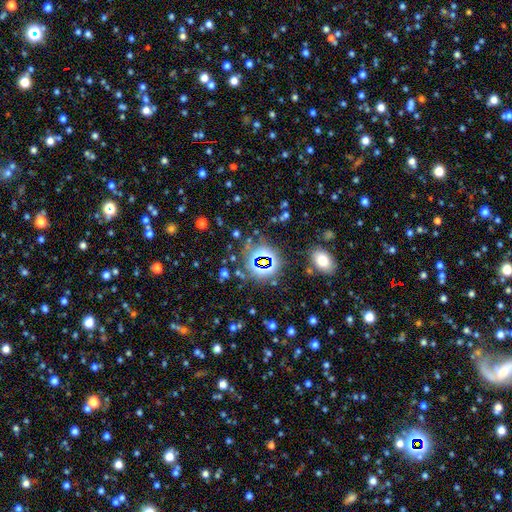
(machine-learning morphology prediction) Smooth or featured?
  - star or artifact: 73% *
  - smooth: 17%
  - featured or disk: 10%